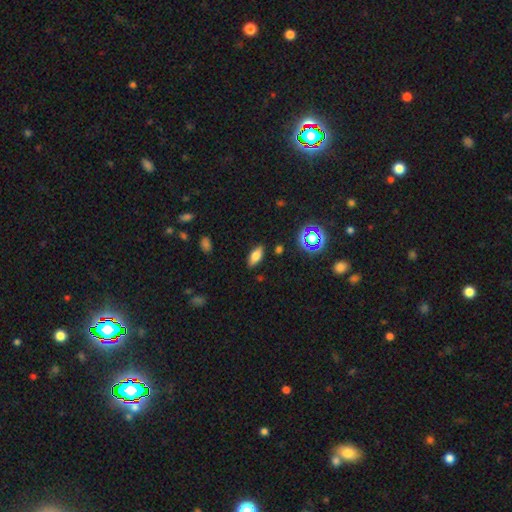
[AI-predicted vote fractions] This is likely a smooth galaxy (67%). How rounded: likely in between (80%). Merging: clearly none (86%).